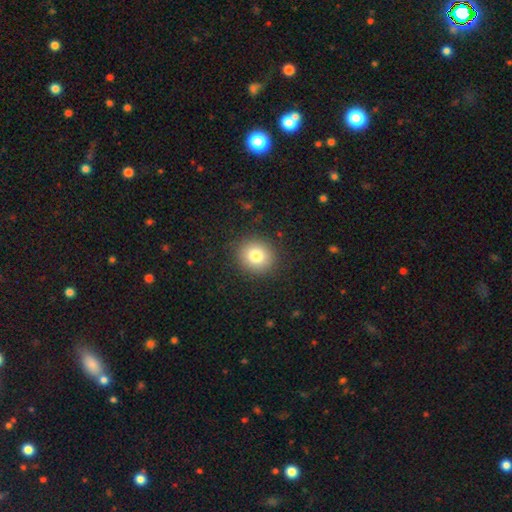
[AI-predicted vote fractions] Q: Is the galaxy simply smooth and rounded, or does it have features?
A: smooth — 80%.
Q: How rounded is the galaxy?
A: round — 87%.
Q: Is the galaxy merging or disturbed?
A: none — 90%.